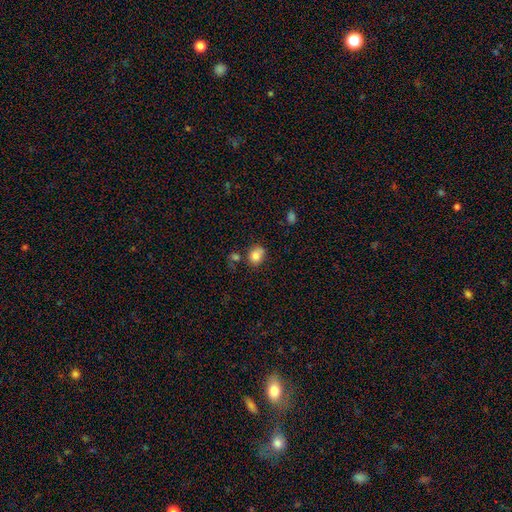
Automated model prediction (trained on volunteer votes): This appears to be a smooth galaxy with no disk features (82%) that is round (57%). Merging: none (58%).